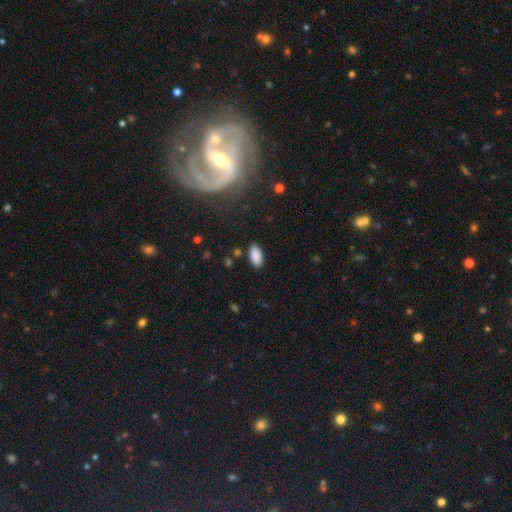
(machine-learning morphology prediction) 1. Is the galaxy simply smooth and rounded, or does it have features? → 88% smooth, 8% star or artifact, 4% featured or disk.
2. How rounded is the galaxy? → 92% in between, 6% cigar-shaped, 2% round.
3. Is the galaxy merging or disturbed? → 86% none, 10% minor disturbance, 2% major disturbance, 2% merger.